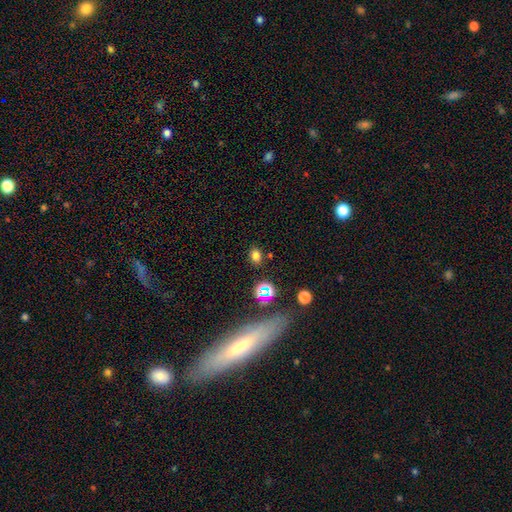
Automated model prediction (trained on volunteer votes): Overall: smooth (74%). How rounded: in between (66%; round 32%). Merging: none (82%).